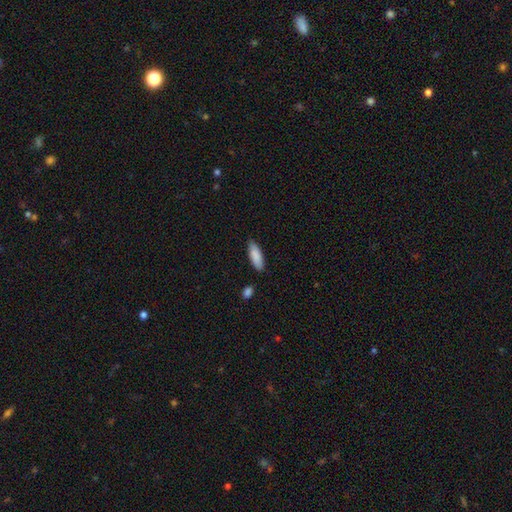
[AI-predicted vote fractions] A smooth galaxy with no disk features (87%) that is in between round and cigar-shaped (62%). Merging: none (83%).